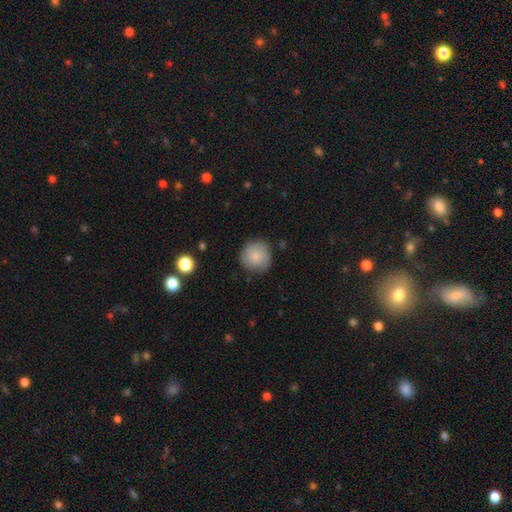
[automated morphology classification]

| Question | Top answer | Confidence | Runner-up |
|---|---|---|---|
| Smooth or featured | smooth | 78% | featured or disk (15%) |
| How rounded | round | 93% | in between (6%) |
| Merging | none | 82% | minor disturbance (14%) |